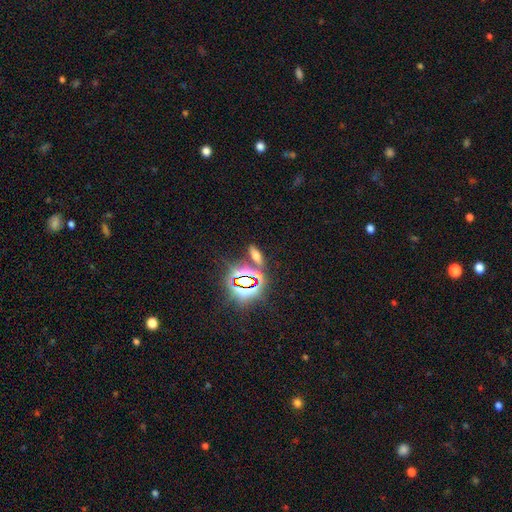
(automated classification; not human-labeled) Q: Smooth or featured?
A: smooth (45%); runner-up: star or artifact (40%)
Q: Merging?
A: none (77%); runner-up: minor disturbance (9%)